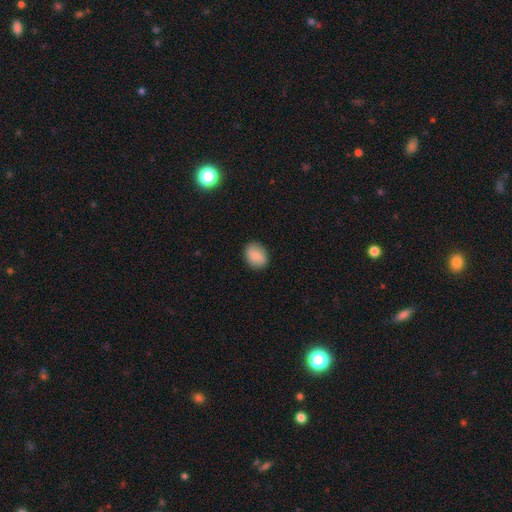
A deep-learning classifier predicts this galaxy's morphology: type=smooth (86%); roundness=in between (55%); merging=none (87%).